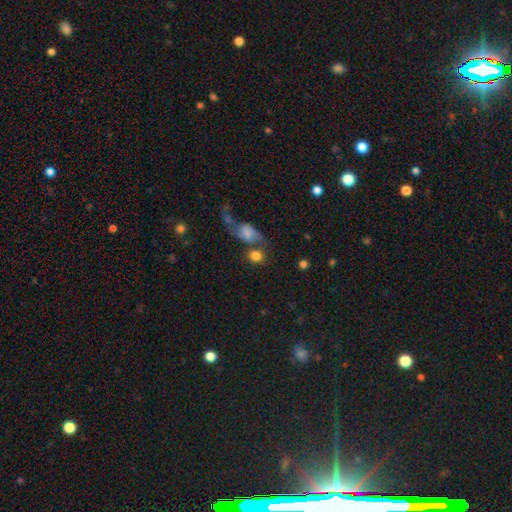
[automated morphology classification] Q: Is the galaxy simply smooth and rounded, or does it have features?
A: smooth — 78%.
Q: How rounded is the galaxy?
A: round — 68%.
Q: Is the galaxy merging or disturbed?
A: none — 48%.